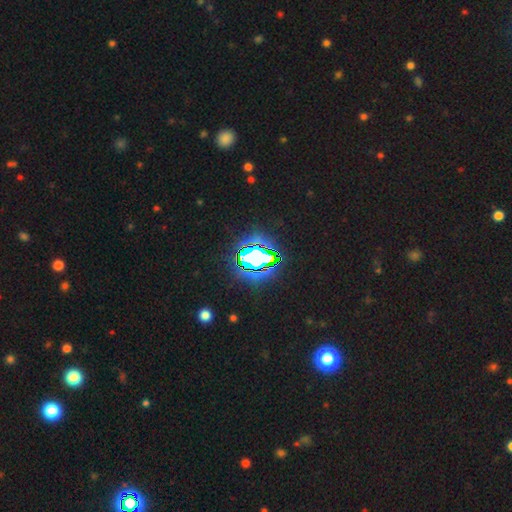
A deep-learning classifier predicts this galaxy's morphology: Overall: star or artifact (73%).